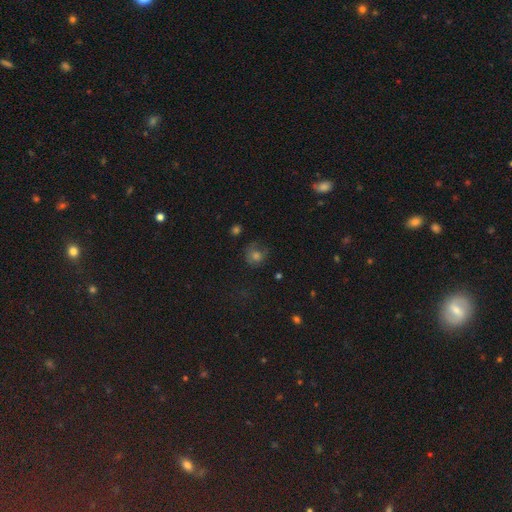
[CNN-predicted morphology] This appears to be a smooth galaxy with no disk features (64%) that is round (80%). Merging: none (60%).